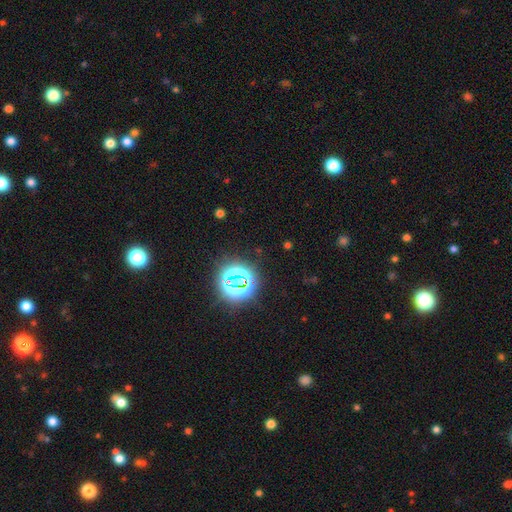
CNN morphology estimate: Smooth or featured?
  - star or artifact: 76% *
  - smooth: 17%
  - featured or disk: 7%